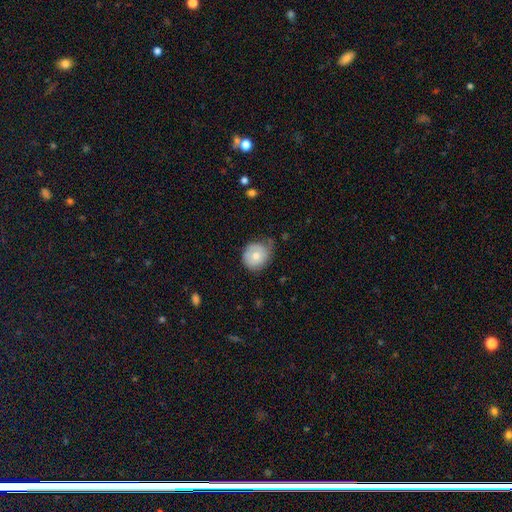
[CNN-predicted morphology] This appears to be a smooth galaxy with no disk features (66%) that is round (79%). Merging: none (55%).